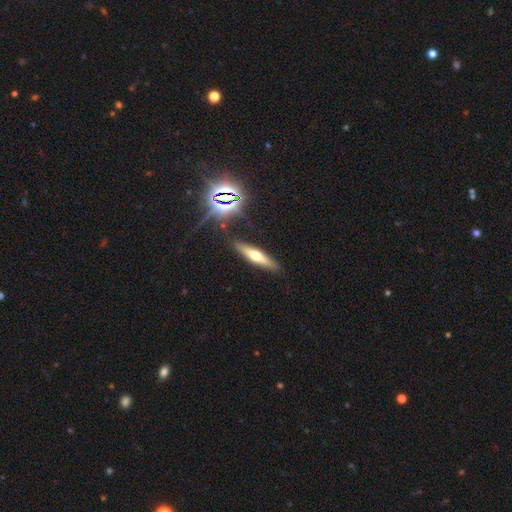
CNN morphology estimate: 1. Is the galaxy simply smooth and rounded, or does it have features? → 48% featured or disk, 42% smooth, 11% star or artifact.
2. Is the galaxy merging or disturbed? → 88% none, 8% minor disturbance, 2% major disturbance, 2% merger.